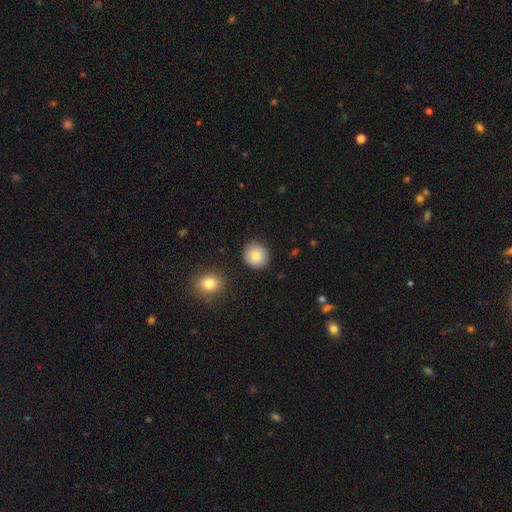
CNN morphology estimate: Overall: smooth (83%). How rounded: round (88%). Merging: none (89%).